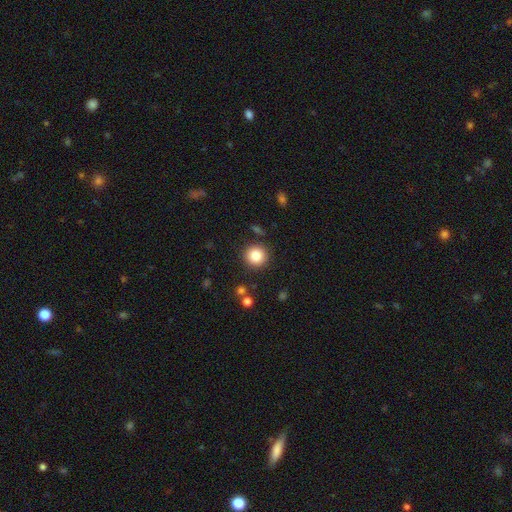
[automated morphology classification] smooth-or-featured: smooth: 83% | star or artifact: 10% | featured or disk: 7%
  how-rounded: round: 94% | in between: 5% | cigar-shaped: 1%
  merging: none: 89% | minor disturbance: 7% | major disturbance: 2% | merger: 2%